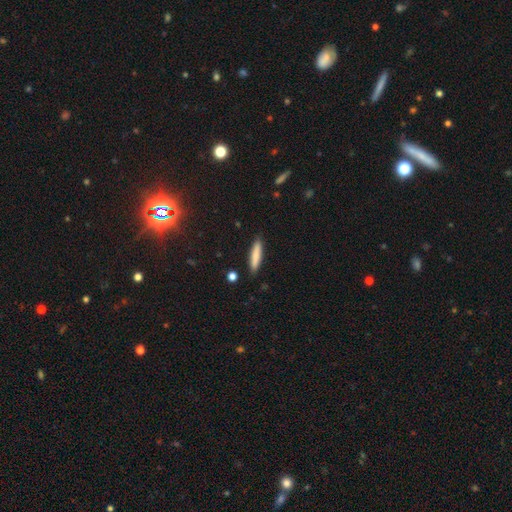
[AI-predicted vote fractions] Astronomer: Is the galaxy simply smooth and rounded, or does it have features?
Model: smooth — 80%.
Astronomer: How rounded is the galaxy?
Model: cigar-shaped — 88%.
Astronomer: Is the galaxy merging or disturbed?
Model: none — 89%.